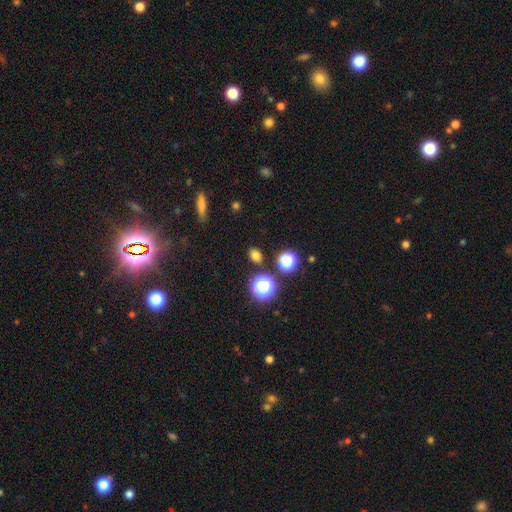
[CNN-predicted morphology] The model was most divided on "how rounded" (2-way tie): in between: 49%, round: 49%, cigar-shaped: 2%. More confident: merging — none (85%); smooth or featured — smooth (74%).